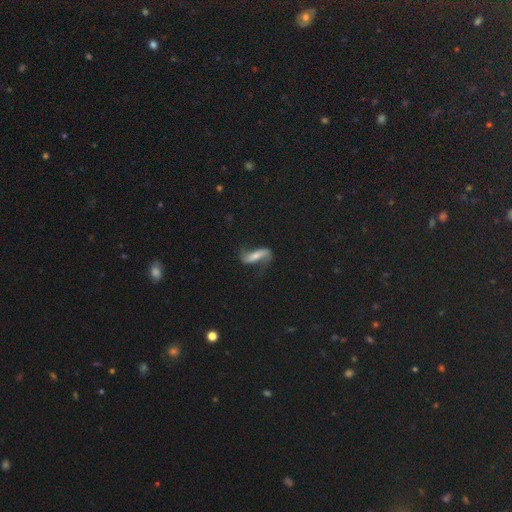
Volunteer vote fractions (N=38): Volunteers were most divided on "bar": strong: 52%, no: 26%, weak: 22%. More confident: spiral arms — yes (96%); spiral arm count — 2 (95%); edge-on disk — no (88%); spiral winding — loose (82%); smooth or featured — featured or disk (68%); bulge size — small (61%); merging — none (57%).